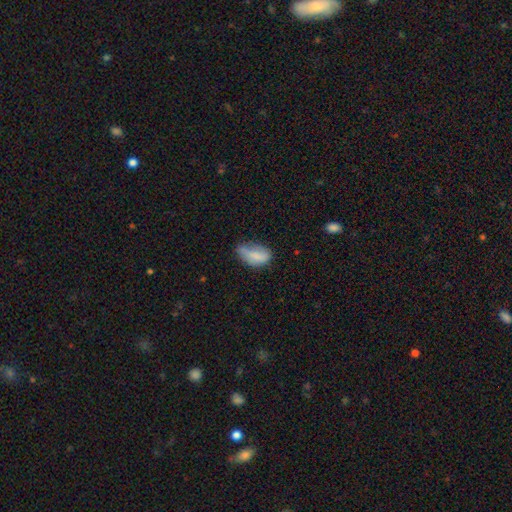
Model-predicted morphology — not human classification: smooth 77%, featured or disk 15%, star or artifact 8%. Down the decision tree: how rounded — in between (91%); merging — minor disturbance (44%).